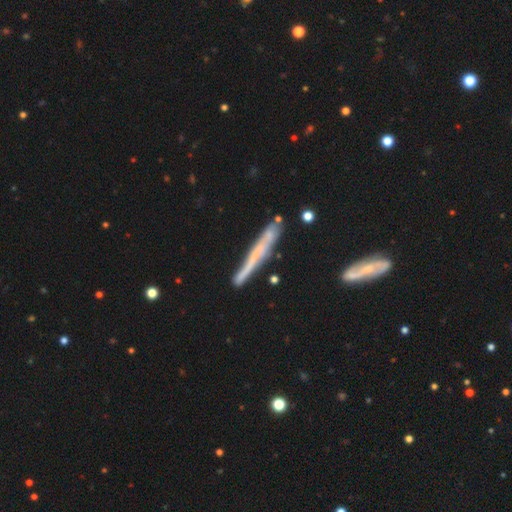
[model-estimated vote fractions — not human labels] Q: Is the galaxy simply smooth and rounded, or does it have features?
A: featured or disk — 49%.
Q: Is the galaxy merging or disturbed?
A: none — 80%.